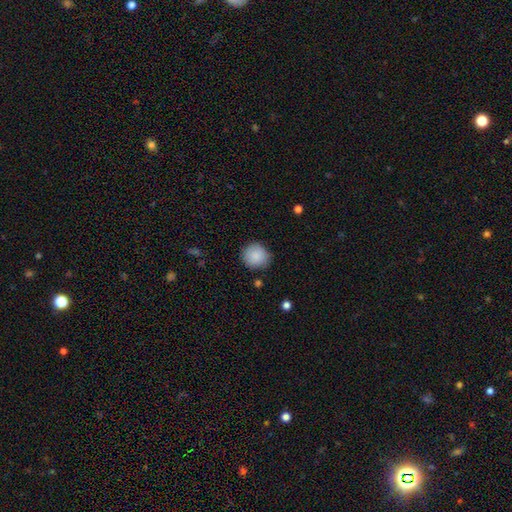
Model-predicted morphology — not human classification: This appears to be a smooth galaxy with no disk features (88%) that is round (91%). Merging: none (86%).